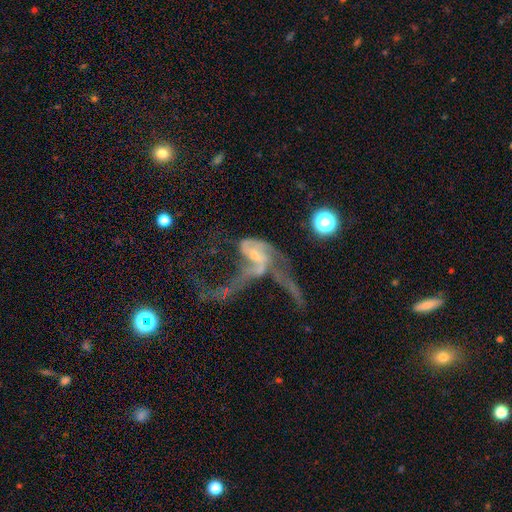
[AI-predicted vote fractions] Morphology: type=featured or disk (74%); edge-on=no (95%); bar=no (50%); spiral arms=yes (73%); winding=loose (72%); arm count=2 (57%); bulge=small (46%); merging=major disturbance (42%, tied with merger).